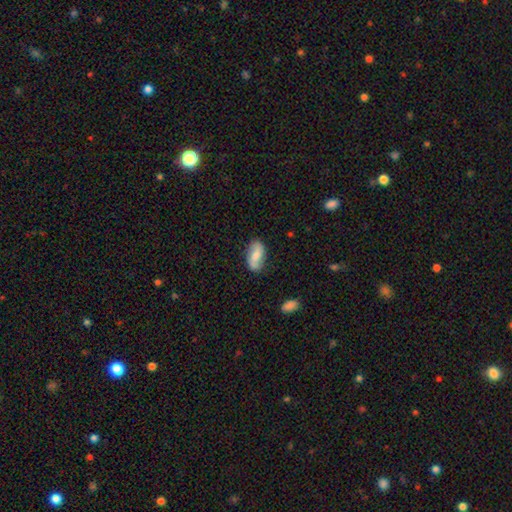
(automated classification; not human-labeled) Smooth or featured: smooth — 54% (featured or disk — 40%)
How rounded: in between — 91% (cigar-shaped — 5%)
Merging: none — 76% (minor disturbance — 18%)